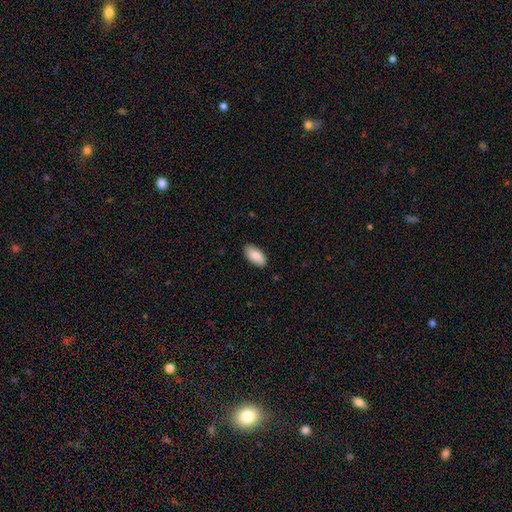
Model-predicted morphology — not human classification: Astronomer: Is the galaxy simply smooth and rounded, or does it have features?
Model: smooth — 86%.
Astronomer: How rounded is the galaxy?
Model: in between — 93%.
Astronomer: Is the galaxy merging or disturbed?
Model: none — 87%.